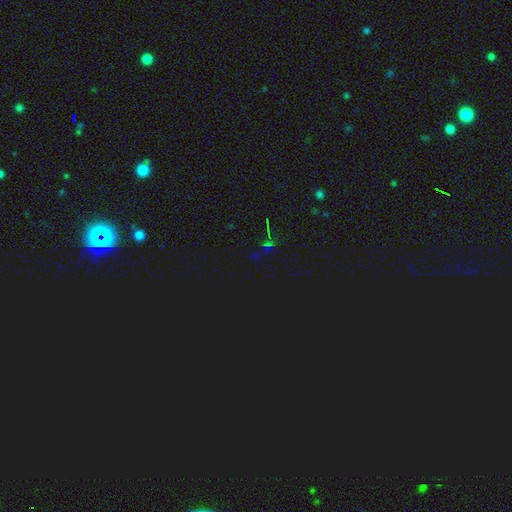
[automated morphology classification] Q: Smooth or featured?
A: star or artifact (76%); runner-up: smooth (15%)